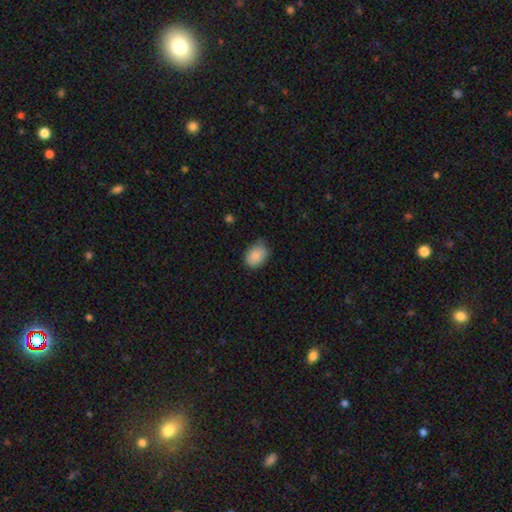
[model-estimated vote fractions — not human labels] The model was most divided on "merging": none: 68%, minor disturbance: 26%, major disturbance: 4%, merger: 1%. More confident: smooth or featured — smooth (87%); how rounded — in between (74%).